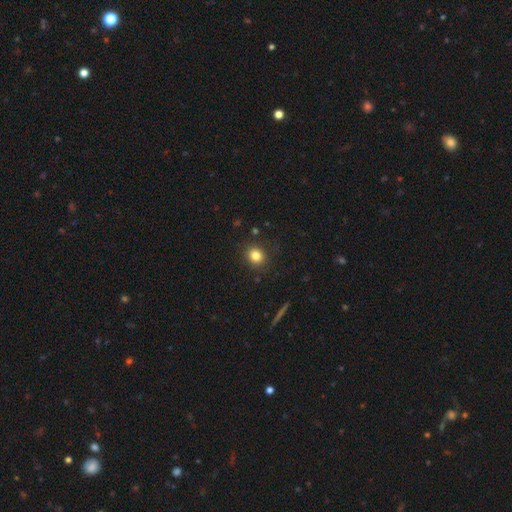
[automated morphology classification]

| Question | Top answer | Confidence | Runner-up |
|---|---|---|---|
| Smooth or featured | smooth | 82% | star or artifact (12%) |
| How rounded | round | 72% | in between (27%) |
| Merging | none | 87% | minor disturbance (9%) |